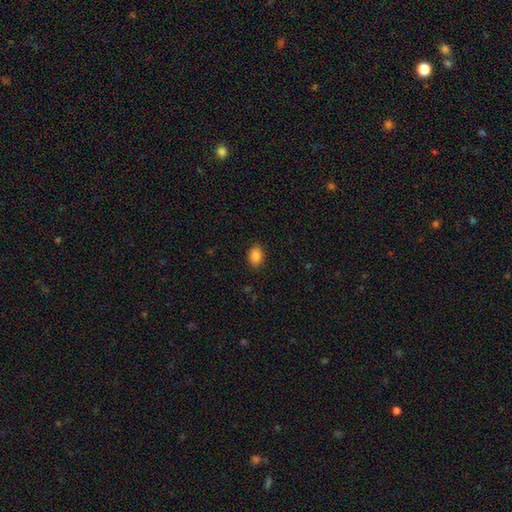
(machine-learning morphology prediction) smooth_or_featured: smooth (p=0.87) [alt: star or artifact p=0.09]
how_rounded: in between (p=0.74) [alt: round p=0.25]
merging: none (p=0.88) [alt: minor disturbance p=0.08]